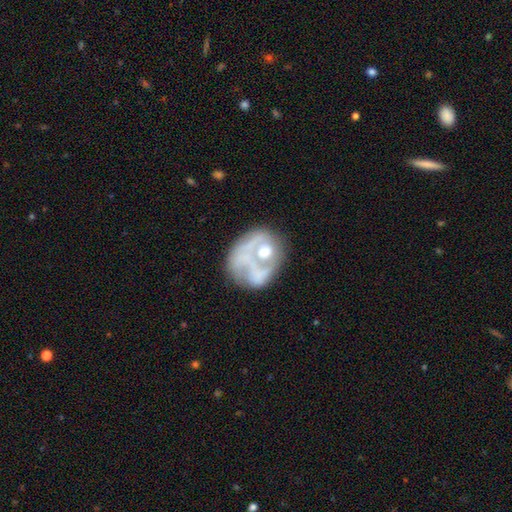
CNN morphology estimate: A featured or disk galaxy (57%) with no bar (86%), no spiral arms (80%) and a moderate central bulge (39%).

Vote fractions:
- Smooth or featured? featured or disk: 57% / smooth: 30% / star or artifact: 14%
- Edge-on disk? no: 97% / yes: 3%
- Bar? no: 86% / weak: 10% / strong: 4%
- Spiral arms? no: 80% / yes: 20%
- Bulge size? moderate: 39% / none: 28% / small: 26% / large: 5% / dominant: 3%
- Merging? none: 35% / merger: 26% / major disturbance: 23% / minor disturbance: 16%